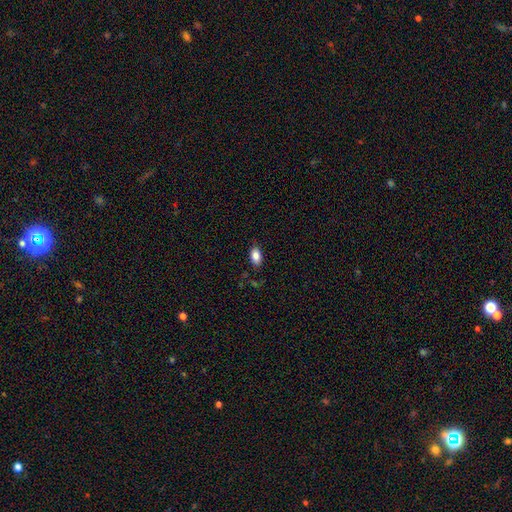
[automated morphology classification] Q: Smooth or featured?
A: smooth (86%); runner-up: star or artifact (8%)
Q: How rounded?
A: in between (91%); runner-up: round (7%)
Q: Merging?
A: none (85%); runner-up: minor disturbance (11%)